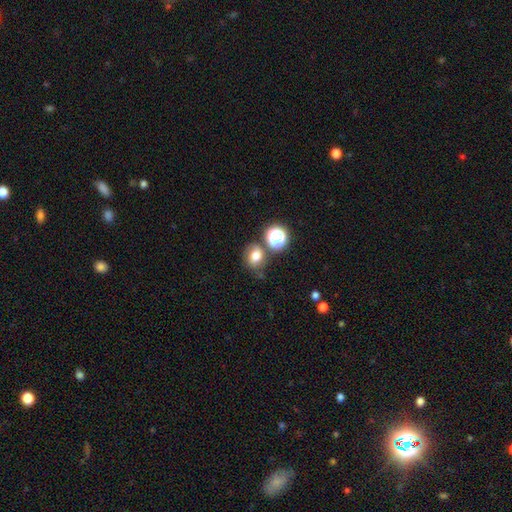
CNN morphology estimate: type=smooth (72%); roundness=round (60%); merging=none (63%).